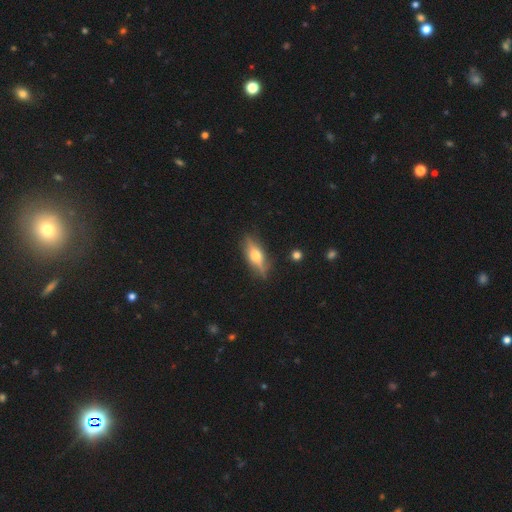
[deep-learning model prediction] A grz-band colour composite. It shows a featured or disk galaxy (55%) viewed edge-on (89%). Merging: none (82%).